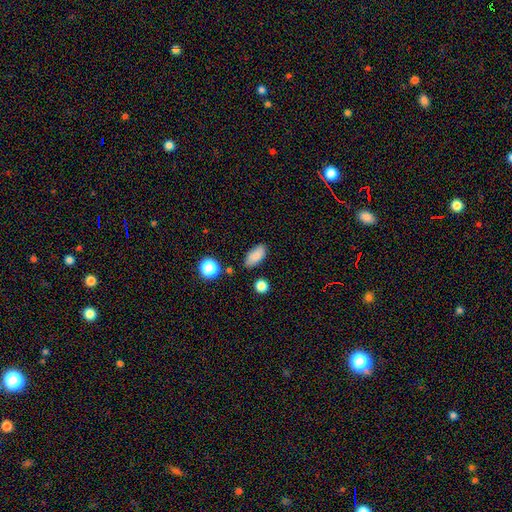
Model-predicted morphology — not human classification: This appears to be a smooth galaxy with no disk features (85%) that is in between round and cigar-shaped (88%). Merging: none (79%).